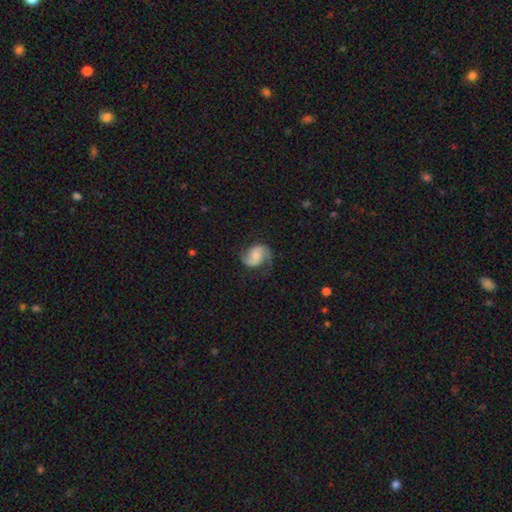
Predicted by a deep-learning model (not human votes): smooth_or_featured: featured or disk (p=0.80) [alt: smooth p=0.14]
disk_edge_on: no (p=0.98) [alt: yes p=0.02]
bar: no (p=0.54) [alt: weak p=0.38]
has_spiral_arms: yes (p=0.96) [alt: no p=0.04]
spiral_winding: medium (p=0.51) [alt: loose p=0.29]
spiral_arm_count: 2 (p=0.90) [alt: 1 p=0.04]
bulge_size: moderate (p=0.45) [alt: small p=0.43]
merging: none (p=0.71) [alt: minor disturbance p=0.18]